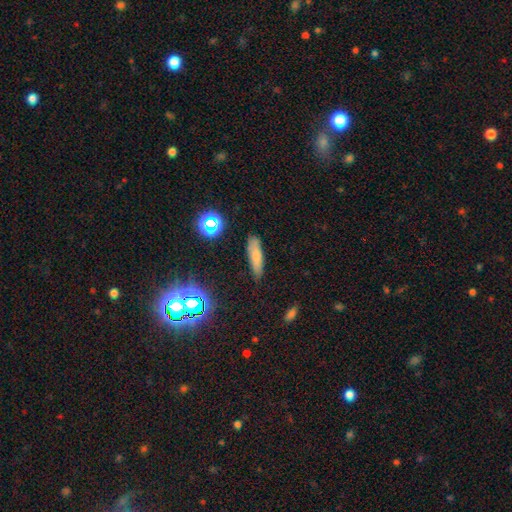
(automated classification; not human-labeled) The model was most divided on "how rounded": cigar-shaped: 63%, in between: 34%, round: 3%. More confident: merging — none (82%); smooth or featured — smooth (71%).